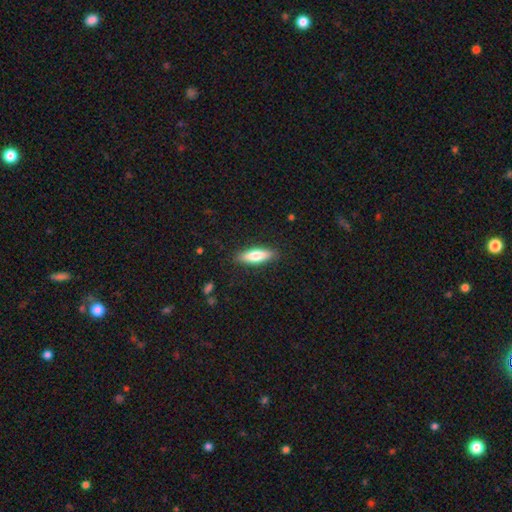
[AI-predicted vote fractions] Q: Smooth or featured?
A: smooth (71%); runner-up: featured or disk (23%)
Q: How rounded?
A: cigar-shaped (53%); runner-up: in between (45%)
Q: Merging?
A: none (88%); runner-up: minor disturbance (9%)